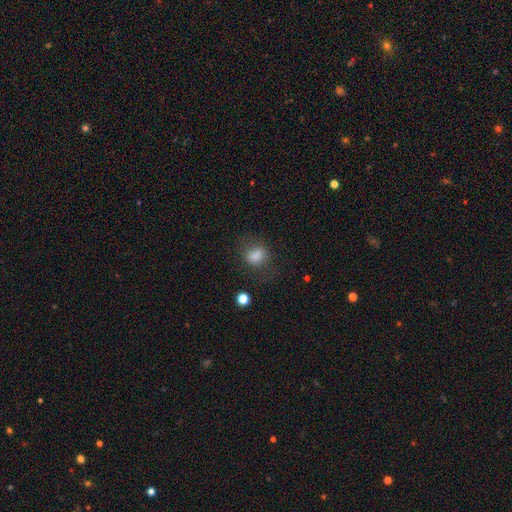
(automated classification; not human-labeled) This appears to be a smooth galaxy with no disk features (79%) that is round (49%, tied with in between). Merging: none (58%).